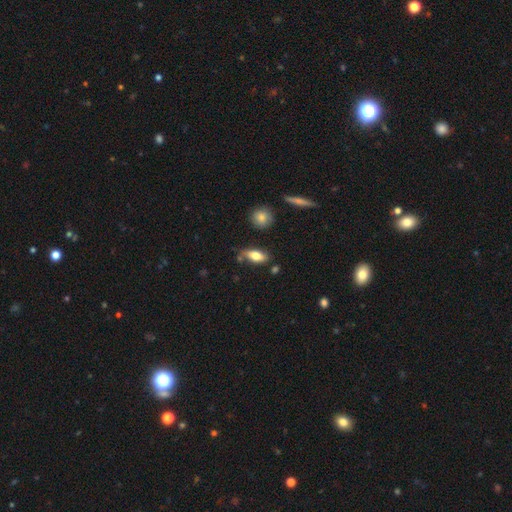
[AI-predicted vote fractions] Morphology: type=smooth (72%); roundness=in between (78%); merging=none (68%).